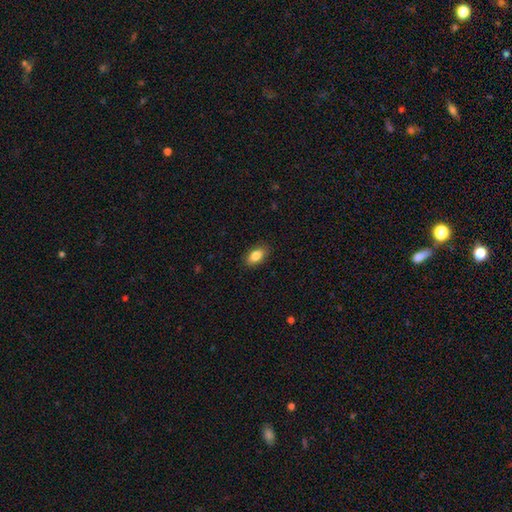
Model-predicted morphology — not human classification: Smooth or featured? smooth (84%)
How rounded? in between (90%)
Merging? none (87%)